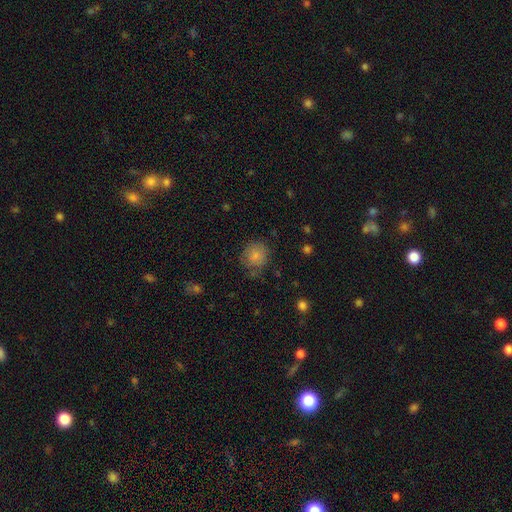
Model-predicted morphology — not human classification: A smooth galaxy with no disk features (80%) that is round (81%).

Vote fractions:
- Smooth or featured? smooth: 80% / featured or disk: 10% / star or artifact: 9%
- How rounded? round: 81% / in between: 18% / cigar-shaped: 1%
- Merging? none: 65% / minor disturbance: 24% / major disturbance: 9% / merger: 2%